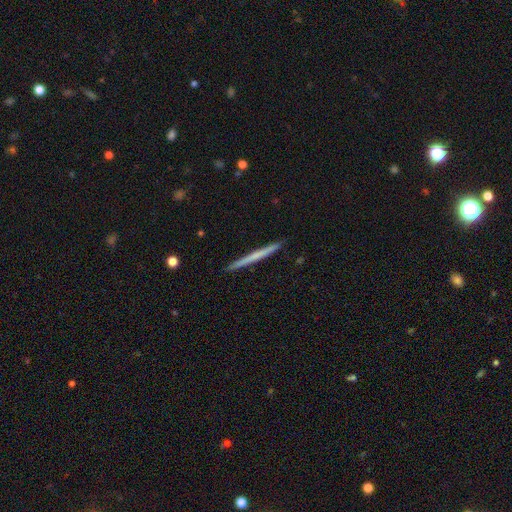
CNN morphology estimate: Overall: featured or disk (49%; smooth 46%). Merging: none (93%).